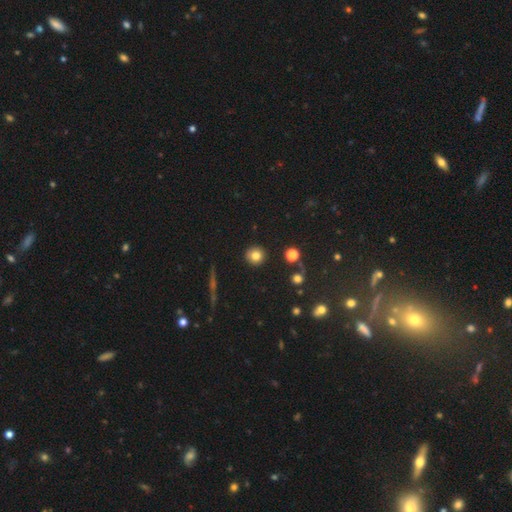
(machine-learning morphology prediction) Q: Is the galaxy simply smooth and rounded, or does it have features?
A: smooth — 80%.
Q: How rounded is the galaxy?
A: round — 93%.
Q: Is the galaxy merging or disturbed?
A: none — 90%.